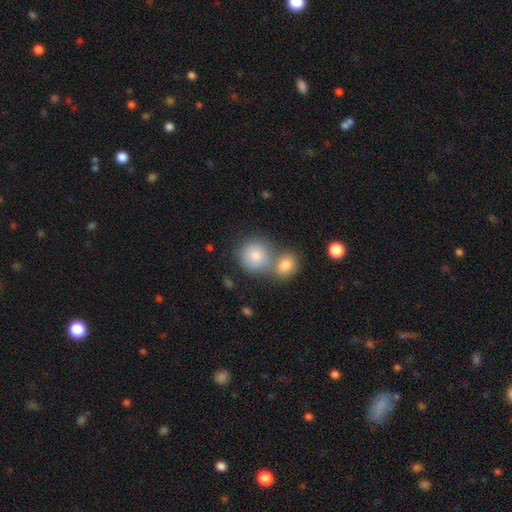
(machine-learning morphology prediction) This is clearly a smooth galaxy (80%). How rounded: clearly round (86%). Merging: marginally none (45%).